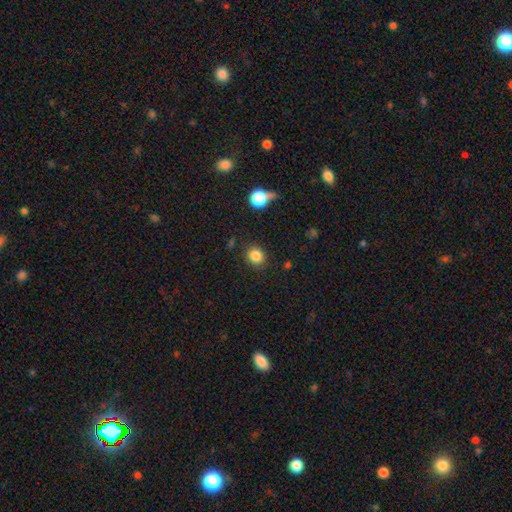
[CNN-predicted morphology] The model was most divided on "how rounded": round: 78%, in between: 21%, cigar-shaped: 1%. More confident: merging — none (86%); smooth or featured — smooth (85%).